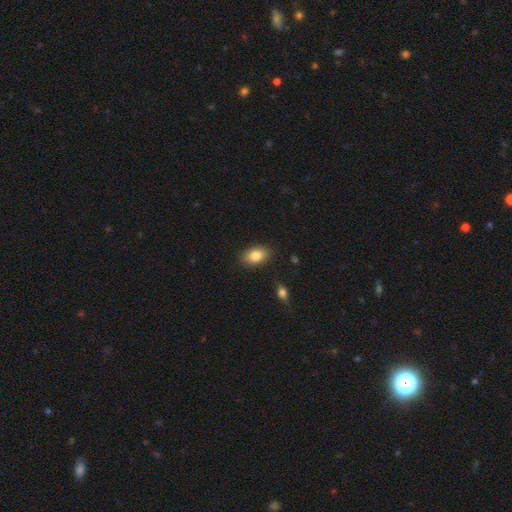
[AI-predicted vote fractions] Smooth or featured? Predicted: smooth (p=0.84). How rounded? Predicted: in between (p=0.89). Merging? Predicted: none (p=0.87).